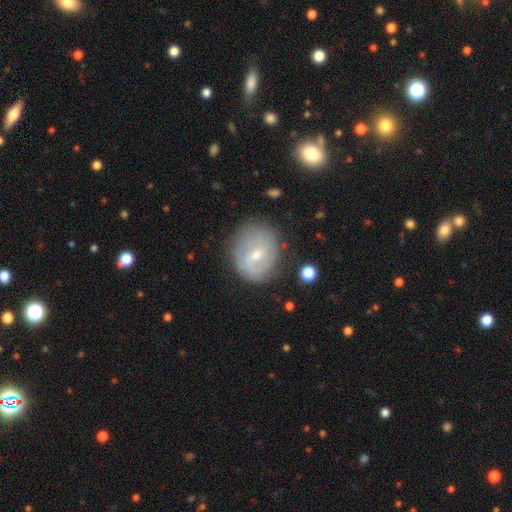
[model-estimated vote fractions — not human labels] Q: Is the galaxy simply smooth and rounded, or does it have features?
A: featured or disk — 60%.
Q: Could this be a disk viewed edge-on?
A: no — 97%.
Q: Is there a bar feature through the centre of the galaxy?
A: weak — 58%.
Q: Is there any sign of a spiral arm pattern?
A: yes — 71%.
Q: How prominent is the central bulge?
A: small — 51%.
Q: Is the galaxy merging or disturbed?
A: none — 73%.